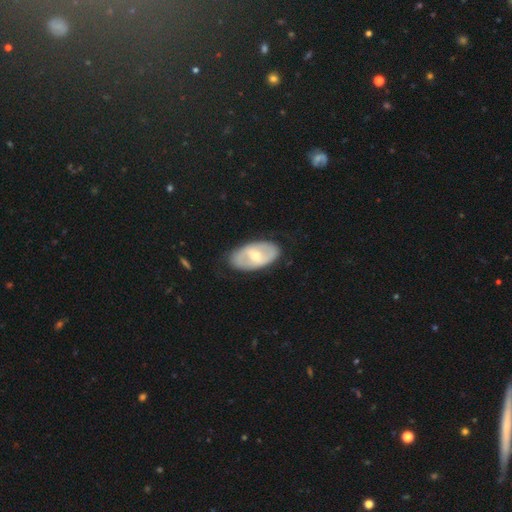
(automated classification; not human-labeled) smooth-or-featured: featured or disk: 56% | smooth: 39% | star or artifact: 5%
  disk-edge-on: no: 91% | yes: 9%
    bar: weak: 44% | strong: 30% | no: 26%
    has-spiral-arms: no: 63% | yes: 37%
    bulge-size: moderate: 53% | small: 40% | large: 4% | none: 2% | dominant: 1%
  merging: none: 81% | minor disturbance: 14% | major disturbance: 4% | merger: 1%